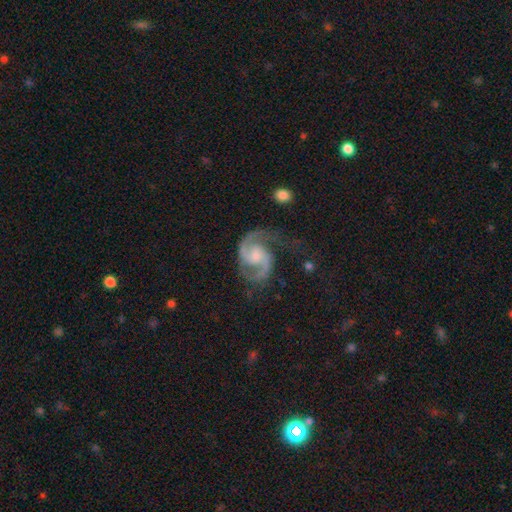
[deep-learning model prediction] featured or disk 92%, star or artifact 4%, smooth 4%. Down the decision tree: edge-on disk — no (98%); bar — no (56%); spiral arms — yes (98%); spiral arm count — 2 (92%); spiral winding — medium (60%); bulge size — small (49%); merging — none (59%).